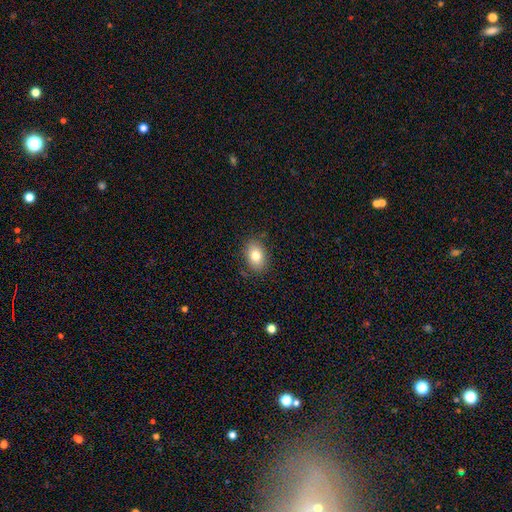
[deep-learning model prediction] Overall: smooth (81%). How rounded: in between (81%). Merging: none (84%).